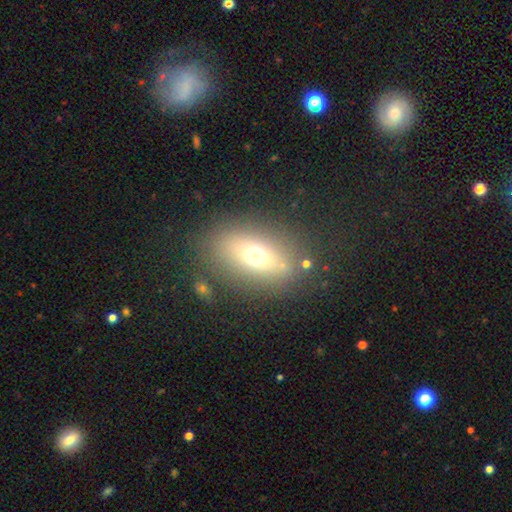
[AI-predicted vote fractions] Overall: smooth (64%). How rounded: in between (74%). Merging: none (78%).